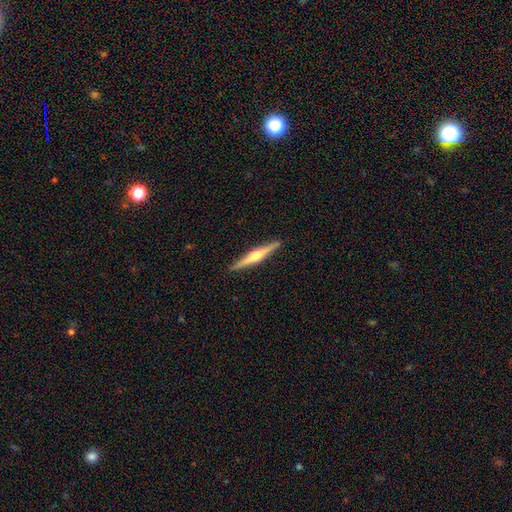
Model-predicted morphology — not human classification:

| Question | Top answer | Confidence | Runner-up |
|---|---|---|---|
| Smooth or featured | featured or disk | 74% | smooth (21%) |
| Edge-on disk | yes | 98% | no (2%) |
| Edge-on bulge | rounded | 90% | boxy (5%) |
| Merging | none | 92% | minor disturbance (6%) |